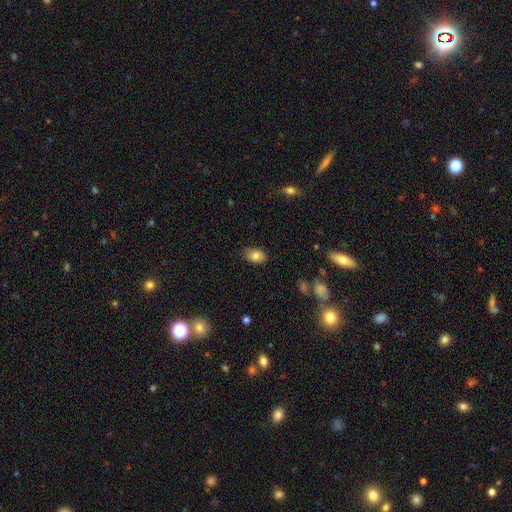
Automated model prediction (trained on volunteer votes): Smooth or featured?
  - smooth: 81% *
  - featured or disk: 11%
  - star or artifact: 8%
How rounded?
  - in between: 85% *
  - round: 14%
  - cigar-shaped: 1%
Merging?
  - none: 84% *
  - minor disturbance: 13%
  - major disturbance: 2%
  - merger: 1%